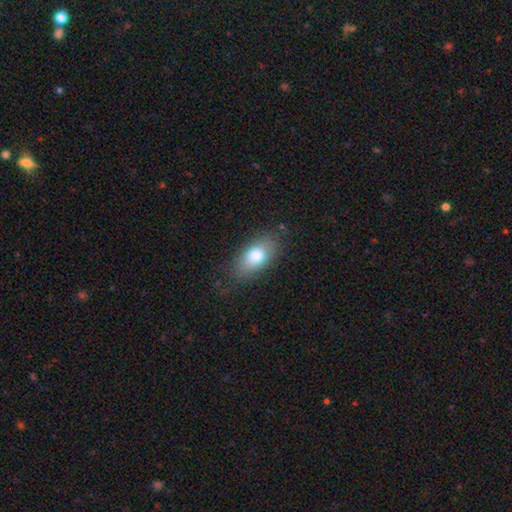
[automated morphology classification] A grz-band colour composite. It shows a smooth galaxy with no disk features (77%) that is in between round and cigar-shaped (88%). Merging: none (77%).